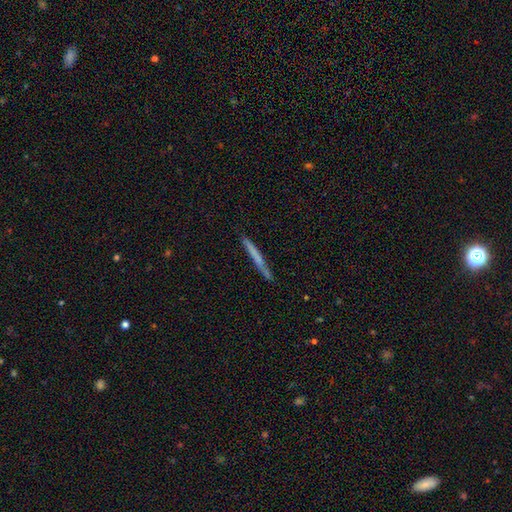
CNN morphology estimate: Smooth or featured? Predicted: smooth (p=0.55). How rounded? Predicted: cigar-shaped (p=0.97). Merging? Predicted: none (p=0.86).